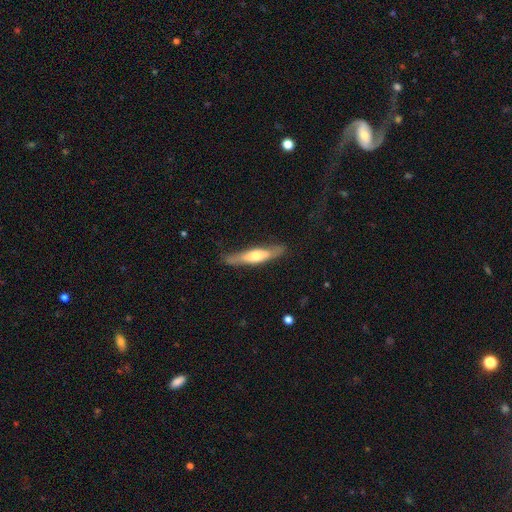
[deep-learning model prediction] This is possibly a featured or disk galaxy (53%). It is clearly viewed edge-on (83%). Merging: likely none (79%).